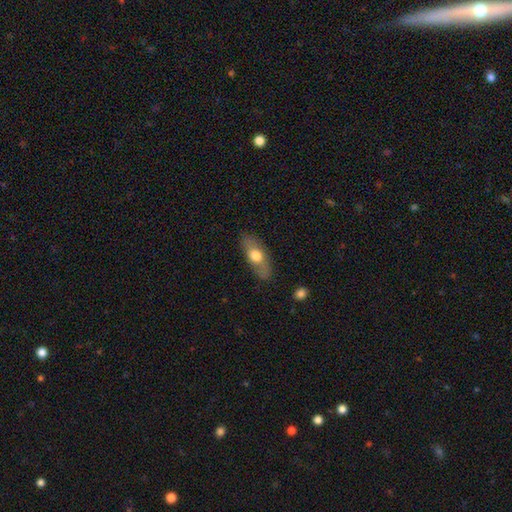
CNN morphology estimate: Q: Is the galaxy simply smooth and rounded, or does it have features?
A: smooth — 61%.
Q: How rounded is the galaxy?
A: in between — 74%.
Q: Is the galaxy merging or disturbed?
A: none — 78%.